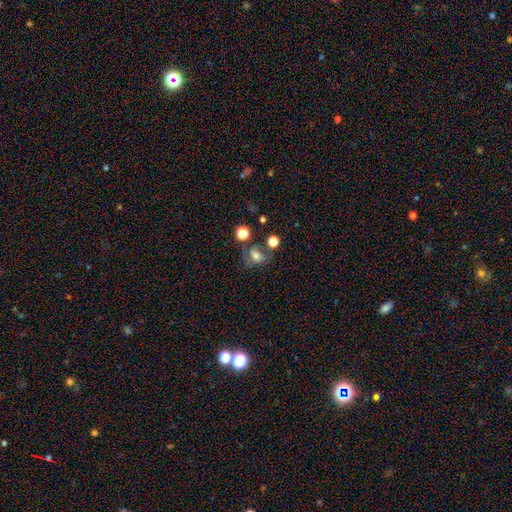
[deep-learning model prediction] Morphology: type=smooth (54%); roundness=round (49%, tied with in between); merging=none (49%).